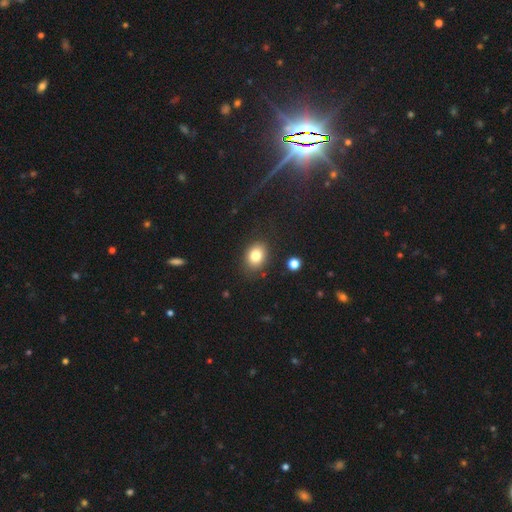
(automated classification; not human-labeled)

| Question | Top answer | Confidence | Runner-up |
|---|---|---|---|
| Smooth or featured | smooth | 80% | star or artifact (10%) |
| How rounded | in between | 58% | round (41%) |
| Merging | none | 85% | minor disturbance (10%) |